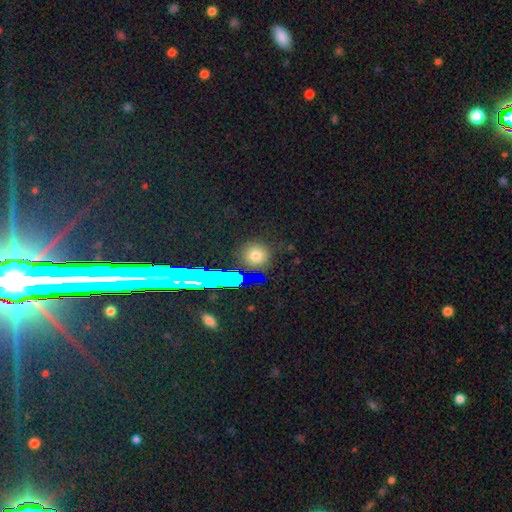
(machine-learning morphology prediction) This appears to be a smooth galaxy with no disk features (71%) that is round (87%). Merging: none (85%).